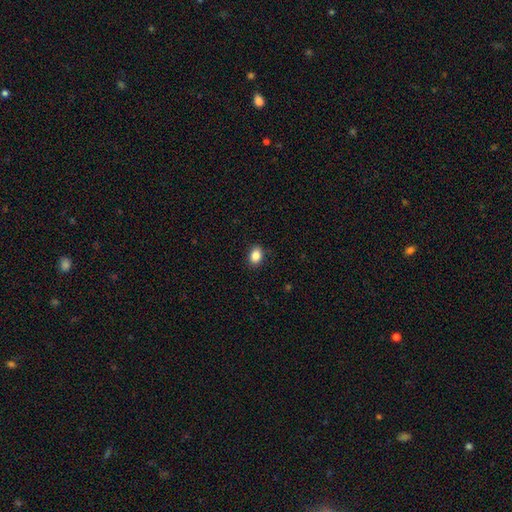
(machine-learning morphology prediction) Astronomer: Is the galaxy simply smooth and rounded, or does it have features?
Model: smooth — 86%.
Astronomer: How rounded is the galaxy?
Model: in between — 70%.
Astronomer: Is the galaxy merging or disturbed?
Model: none — 89%.